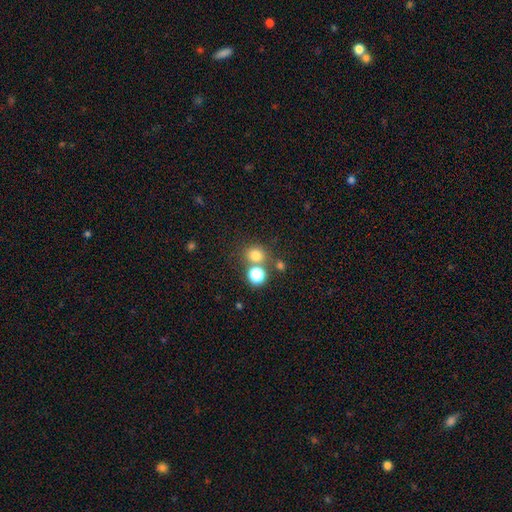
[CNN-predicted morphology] Overall: smooth (74%). How rounded: round (85%). Merging: none (68%).